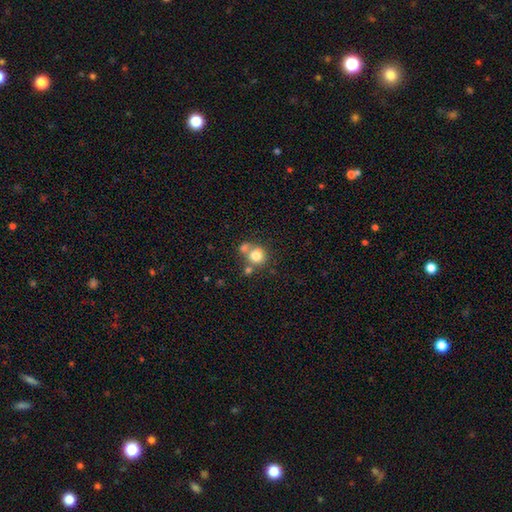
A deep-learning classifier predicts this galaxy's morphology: This appears to be a smooth galaxy with no disk features (77%) that is round (87%). Merging: none (51%).